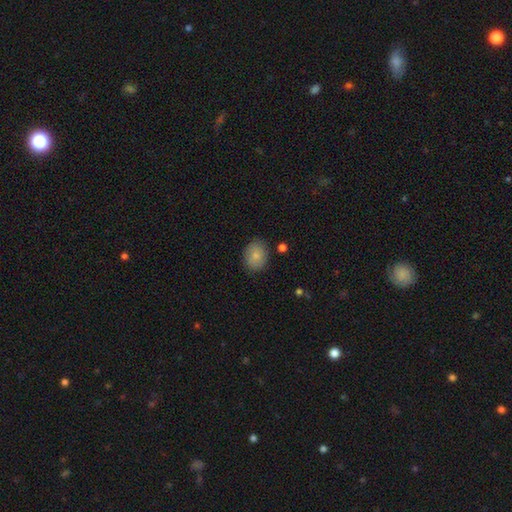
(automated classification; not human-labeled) Smooth or featured: smooth — 81% (featured or disk — 11%)
How rounded: in between — 50% (round — 49%)
Merging: none — 83% (minor disturbance — 12%)